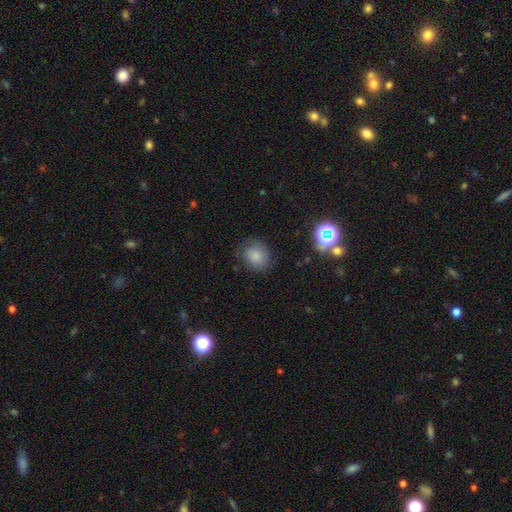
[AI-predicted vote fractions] Morphology: type=smooth (74%); roundness=round (69%); merging=none (70%).